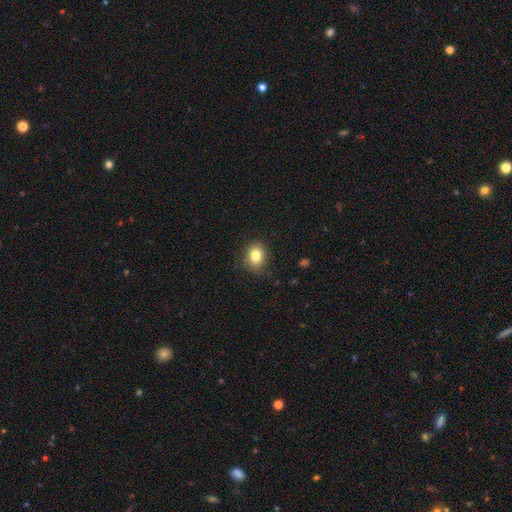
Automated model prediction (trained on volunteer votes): A smooth galaxy with no disk features (83%) that is in between round and cigar-shaped (50%, tied with round).

Vote fractions:
- Smooth or featured? smooth: 83% / star or artifact: 10% / featured or disk: 7%
- How rounded? in between: 50% (tied) / round: 50% (tied) / cigar-shaped: 1%
- Merging? none: 85% / minor disturbance: 11% / major disturbance: 3% / merger: 1%